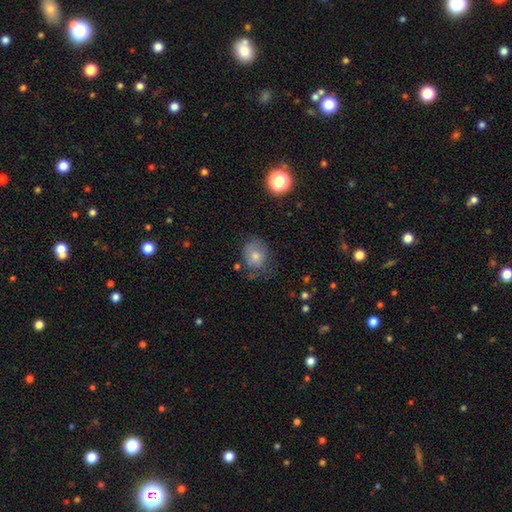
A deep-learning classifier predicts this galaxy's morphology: A smooth galaxy with no disk features (61%) that is round (61%).

Vote fractions:
- Smooth or featured? smooth: 61% / featured or disk: 24% / star or artifact: 15%
- How rounded? round: 61% / in between: 38% / cigar-shaped: 1%
- Merging? none: 58% / minor disturbance: 27% / major disturbance: 12% / merger: 3%